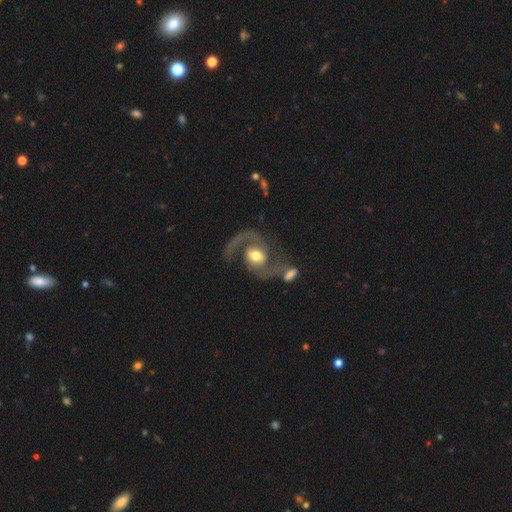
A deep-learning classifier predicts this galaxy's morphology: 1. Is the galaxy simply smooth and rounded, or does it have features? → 84% featured or disk, 11% smooth, 5% star or artifact.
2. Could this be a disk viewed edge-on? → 97% no, 3% yes.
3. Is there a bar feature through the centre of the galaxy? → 49% no, 37% weak, 14% strong.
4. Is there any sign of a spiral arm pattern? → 94% yes, 6% no.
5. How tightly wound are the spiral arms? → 46% loose, 44% medium, 10% tight.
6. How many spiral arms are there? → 85% 2, 10% 1, 3% can't tell, 1% 3, 1% 4, 1% more than 4.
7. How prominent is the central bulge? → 68% moderate, 18% large, 11% small, 2% dominant, 1% none.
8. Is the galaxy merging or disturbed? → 49% none, 20% major disturbance, 16% merger, 15% minor disturbance.